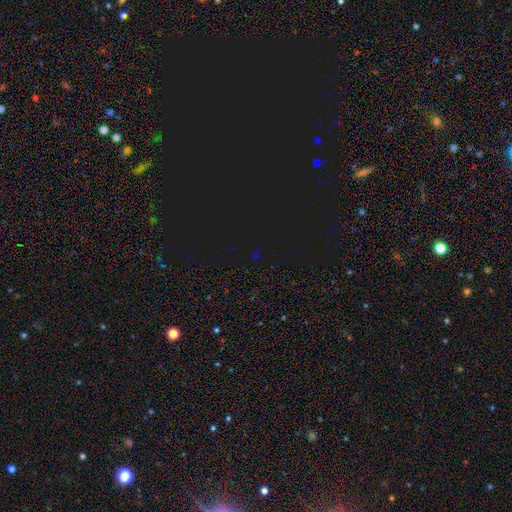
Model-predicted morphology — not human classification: Q: Smooth or featured?
A: star or artifact (78%); runner-up: smooth (15%)